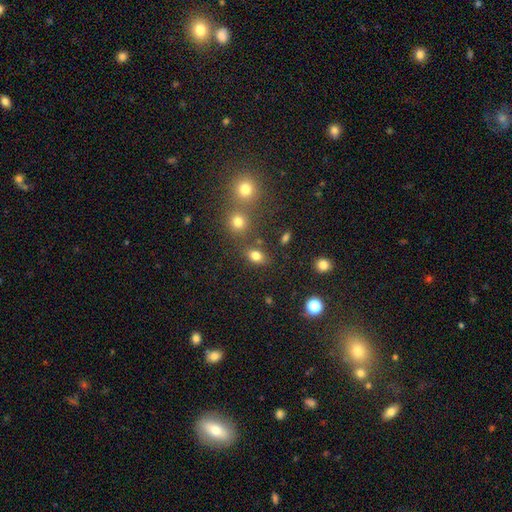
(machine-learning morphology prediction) Smooth or featured?
  - smooth: 79% *
  - star or artifact: 14%
  - featured or disk: 8%
How rounded?
  - in between: 75% *
  - round: 23%
  - cigar-shaped: 2%
Merging?
  - none: 73% *
  - minor disturbance: 12%
  - merger: 11%
  - major disturbance: 4%